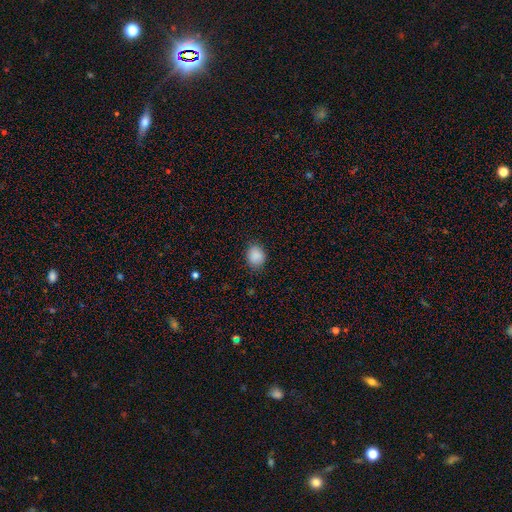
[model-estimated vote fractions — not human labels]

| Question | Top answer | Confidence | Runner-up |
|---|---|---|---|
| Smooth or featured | smooth | 89% | star or artifact (8%) |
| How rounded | round | 50% | in between (49%) |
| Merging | none | 83% | minor disturbance (13%) |